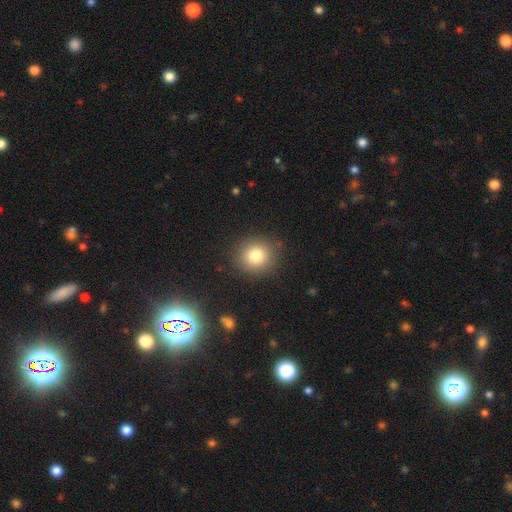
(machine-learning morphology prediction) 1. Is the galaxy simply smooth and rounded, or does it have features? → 80% smooth, 12% star or artifact, 8% featured or disk.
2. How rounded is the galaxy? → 88% round, 11% in between, 1% cigar-shaped.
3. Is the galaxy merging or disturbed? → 88% none, 7% minor disturbance, 3% major disturbance, 1% merger.